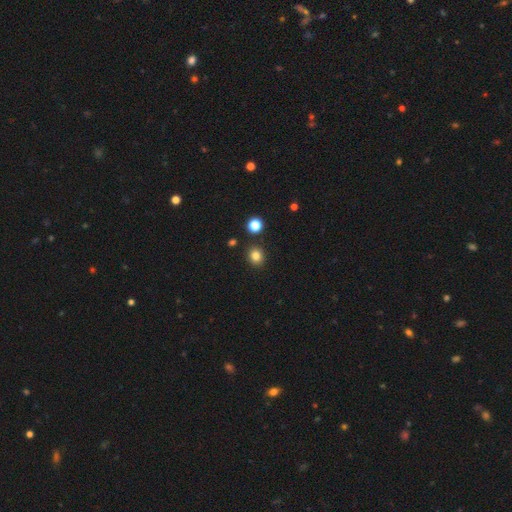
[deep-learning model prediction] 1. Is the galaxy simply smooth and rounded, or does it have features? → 83% smooth, 13% star or artifact, 5% featured or disk.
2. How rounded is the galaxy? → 73% round, 26% in between, 1% cigar-shaped.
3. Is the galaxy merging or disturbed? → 87% none, 7% minor disturbance, 4% merger, 2% major disturbance.